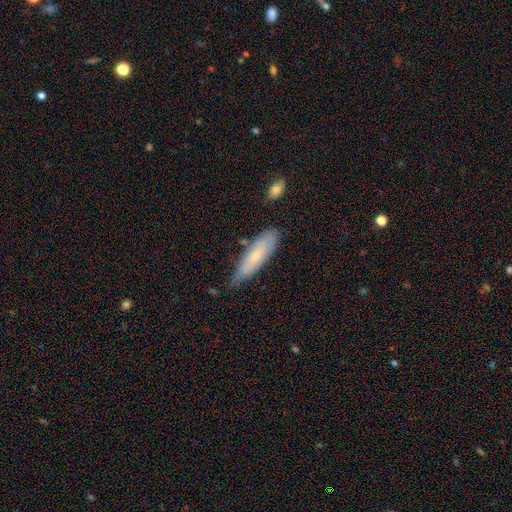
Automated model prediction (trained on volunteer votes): Smooth or featured: smooth — 69% (featured or disk — 25%)
How rounded: cigar-shaped — 64% (in between — 35%)
Merging: none — 62% (minor disturbance — 30%)